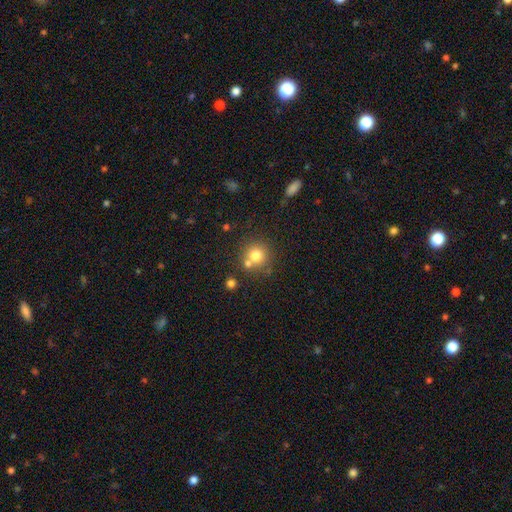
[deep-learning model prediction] smooth 76%, star or artifact 13%, featured or disk 11%. Down the decision tree: how rounded — round (92%); merging — none (64%).